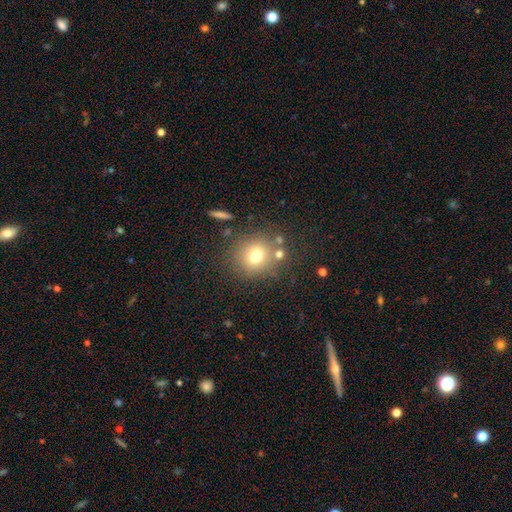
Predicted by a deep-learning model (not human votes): Overall: smooth (72%). How rounded: round (85%). Merging: none (73%).